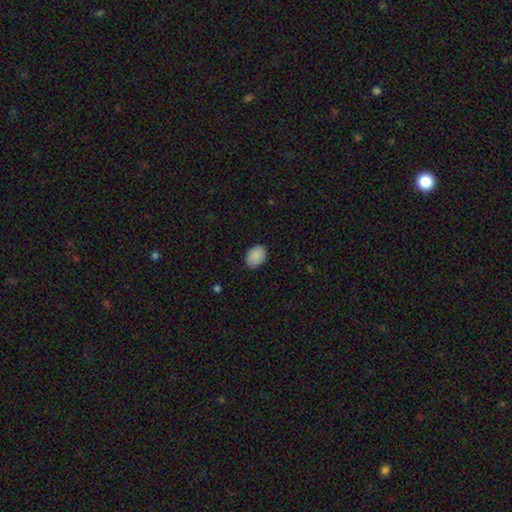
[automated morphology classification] Smooth or featured: smooth — 90% (star or artifact — 7%)
How rounded: in between — 77% (round — 22%)
Merging: none — 86% (minor disturbance — 11%)